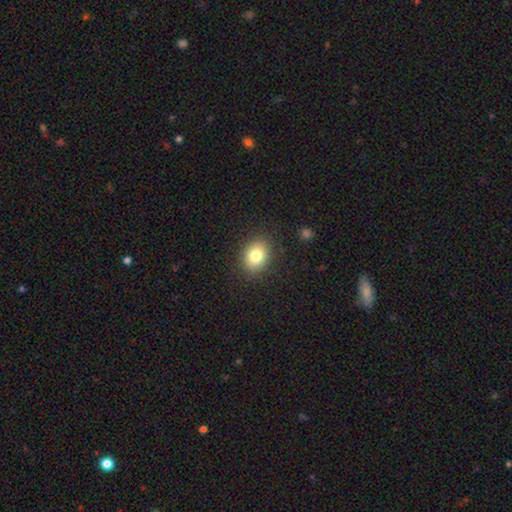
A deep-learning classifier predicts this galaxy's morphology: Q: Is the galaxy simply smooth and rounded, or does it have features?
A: smooth — 80%.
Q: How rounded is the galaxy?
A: in between — 57%.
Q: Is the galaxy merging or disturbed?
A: none — 86%.